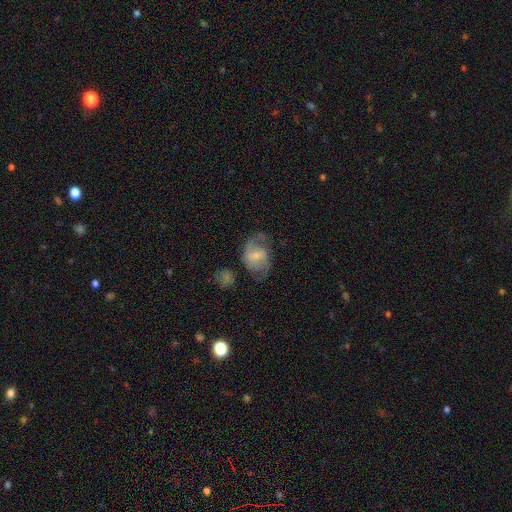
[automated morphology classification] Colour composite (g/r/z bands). It shows a featured or disk galaxy (55%) with a weak bar (46%), spiral arms (77%) and a small central bulge (53%). Merging: none (50%).